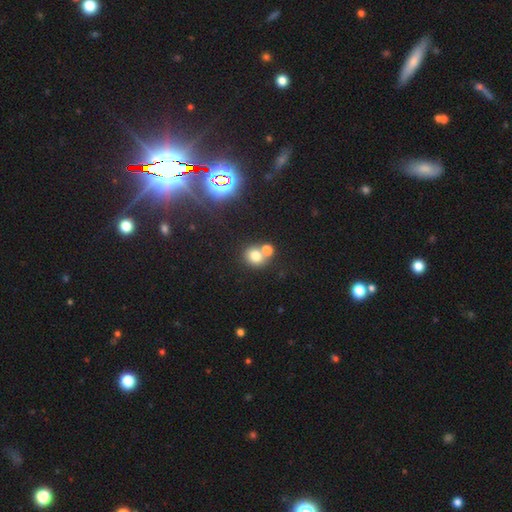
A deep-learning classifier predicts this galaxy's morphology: Q: Smooth or featured?
A: smooth (74%); runner-up: star or artifact (15%)
Q: How rounded?
A: round (75%); runner-up: in between (24%)
Q: Merging?
A: none (46%); runner-up: merger (44%)